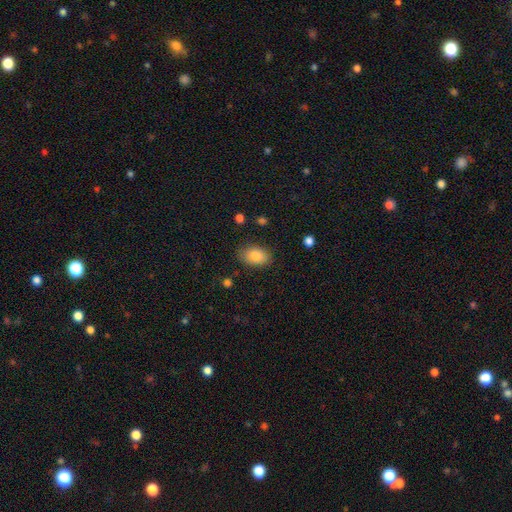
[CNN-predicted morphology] smooth-or-featured: smooth: 85% | featured or disk: 8% | star or artifact: 7%
  how-rounded: in between: 89% | round: 10% | cigar-shaped: 1%
  merging: none: 83% | minor disturbance: 13% | major disturbance: 3% | merger: 1%